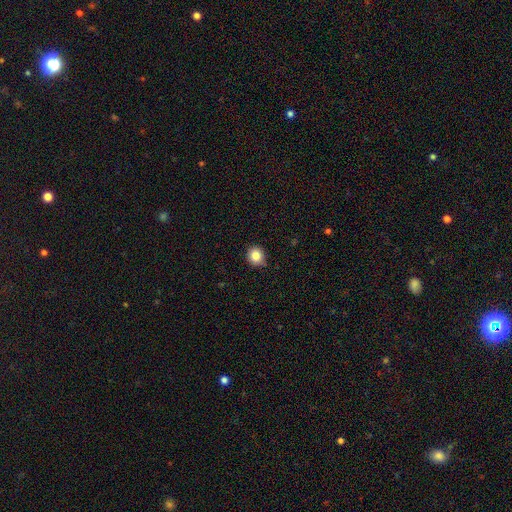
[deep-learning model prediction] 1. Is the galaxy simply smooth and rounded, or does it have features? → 84% smooth, 11% star or artifact, 6% featured or disk.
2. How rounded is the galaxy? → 89% round, 11% in between, 1% cigar-shaped.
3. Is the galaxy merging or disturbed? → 85% none, 12% minor disturbance, 2% major disturbance, 1% merger.